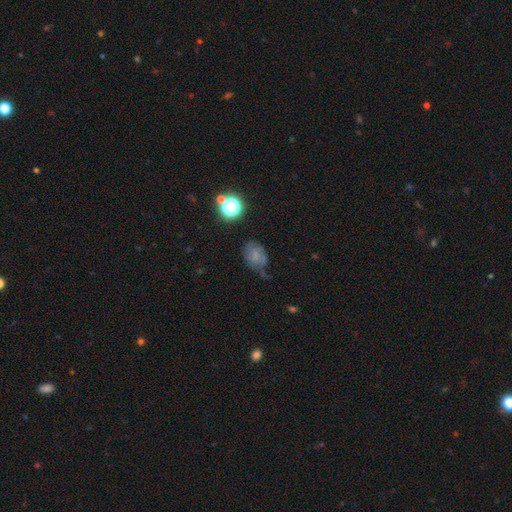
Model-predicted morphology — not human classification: type=smooth (64%); roundness=in between (63%); merging=none (51%).